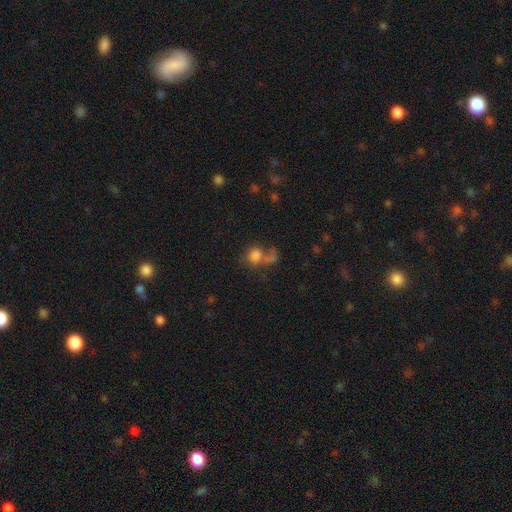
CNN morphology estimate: A smooth galaxy with no disk features (63%) that is round (74%). Merging: none (43%).